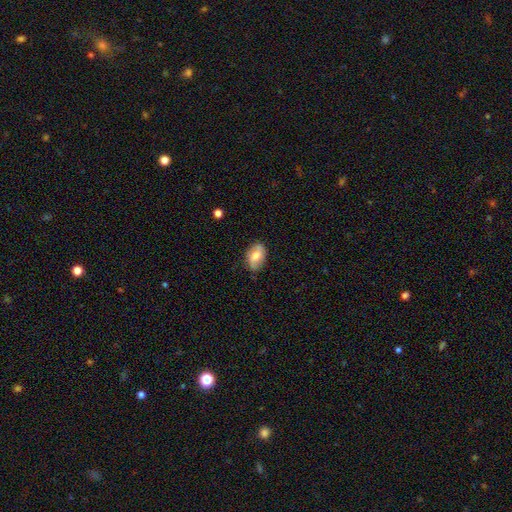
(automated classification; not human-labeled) Smooth or featured? Predicted: smooth (p=0.61). How rounded? Predicted: in between (p=0.87). Merging? Predicted: none (p=0.75).